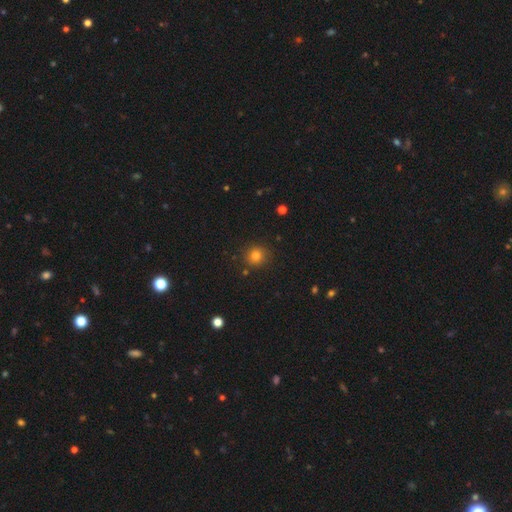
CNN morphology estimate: Smooth or featured? smooth (80%)
How rounded? round (89%)
Merging? none (87%)